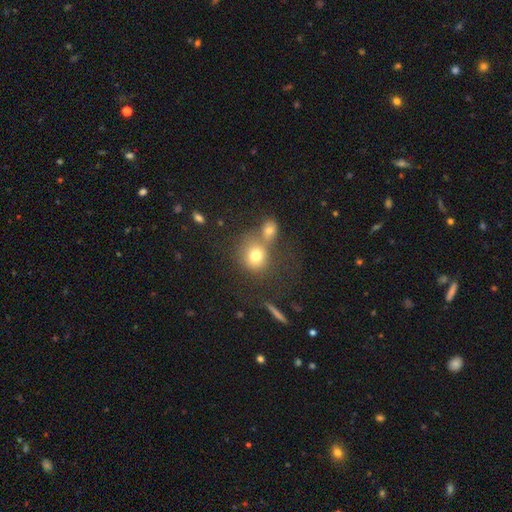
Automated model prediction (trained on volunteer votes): smooth_or_featured: smooth (p=0.73) [alt: featured or disk p=0.14]
how_rounded: round (p=0.79) [alt: in between p=0.20]
merging: none (p=0.45) [alt: merger p=0.36]